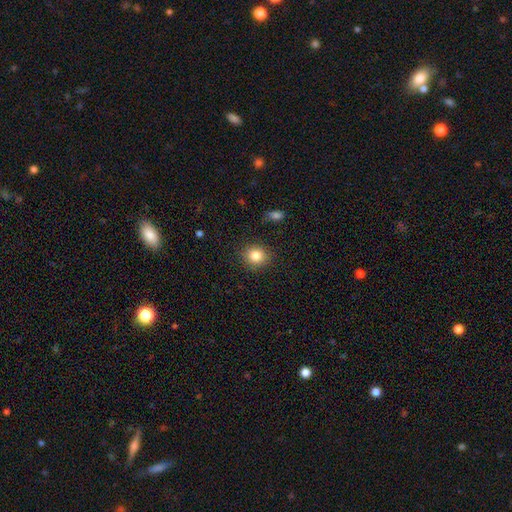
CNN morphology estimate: Smooth or featured: smooth — 83% (star or artifact — 10%)
How rounded: round — 83% (in between — 16%)
Merging: none — 88% (minor disturbance — 8%)